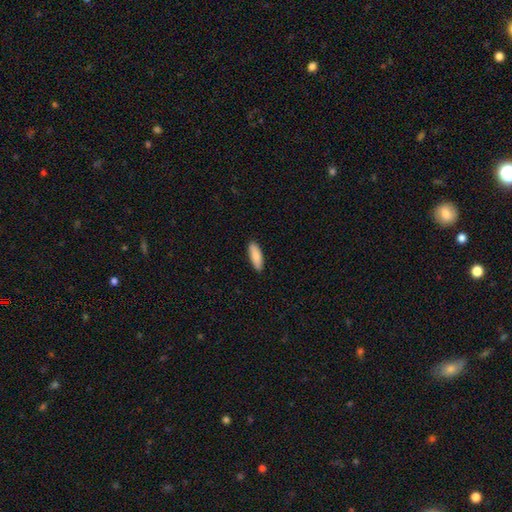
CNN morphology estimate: smooth-or-featured: smooth: 89% | featured or disk: 6% | star or artifact: 5%
  how-rounded: in between: 60% | cigar-shaped: 39% | round: 2%
  merging: none: 89% | minor disturbance: 9% | major disturbance: 2% | merger: 1%